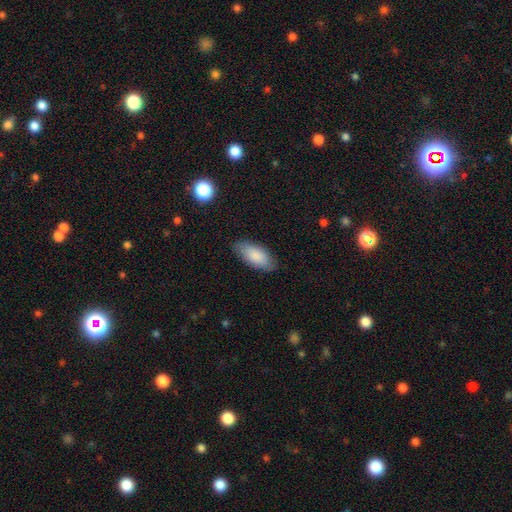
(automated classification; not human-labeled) Smooth or featured: smooth — 85% (featured or disk — 9%)
How rounded: in between — 90% (cigar-shaped — 8%)
Merging: none — 82% (minor disturbance — 14%)